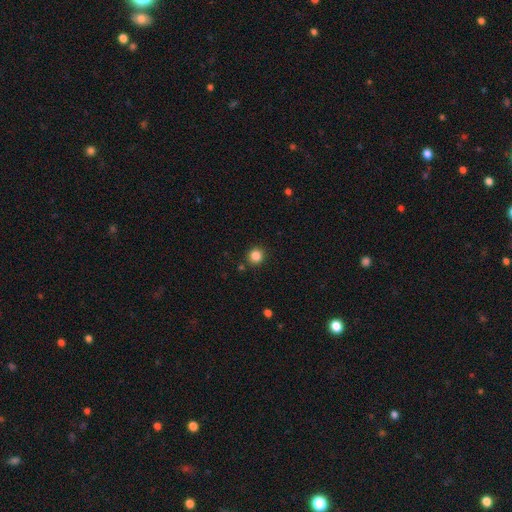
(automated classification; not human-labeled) Smooth or featured: smooth — 85% (star or artifact — 12%)
How rounded: round — 92% (in between — 7%)
Merging: none — 88% (minor disturbance — 7%)